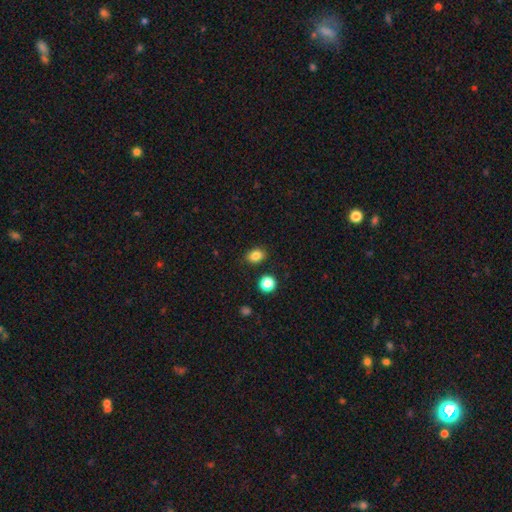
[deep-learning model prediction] smooth 84%, star or artifact 11%, featured or disk 5%. Down the decision tree: how rounded — in between (57%); merging — none (85%).